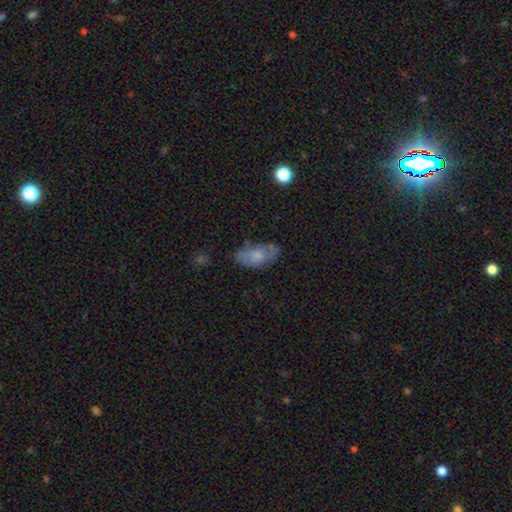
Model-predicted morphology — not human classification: type=smooth (65%); roundness=in between (91%); merging=none (67%).